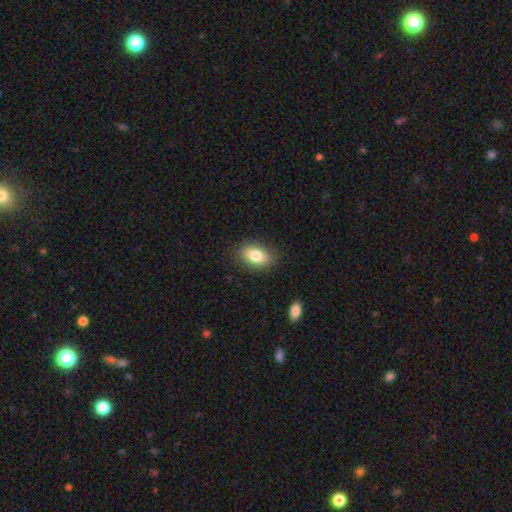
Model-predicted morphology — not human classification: type=smooth (80%); roundness=in between (88%); merging=none (85%).